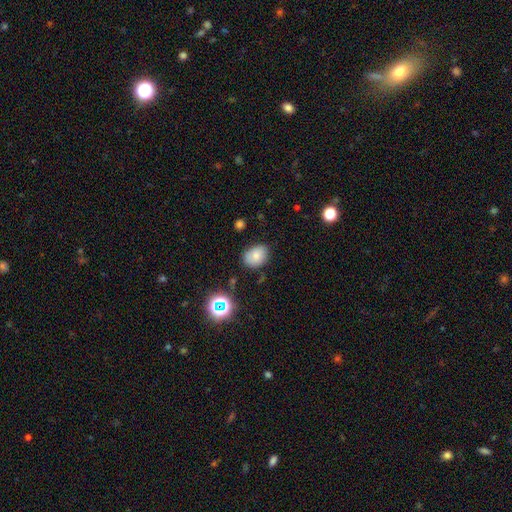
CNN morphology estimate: smooth_or_featured: smooth (p=0.79) [alt: star or artifact p=0.12]
how_rounded: in between (p=0.65) [alt: round p=0.34]
merging: none (p=0.74) [alt: minor disturbance p=0.20]